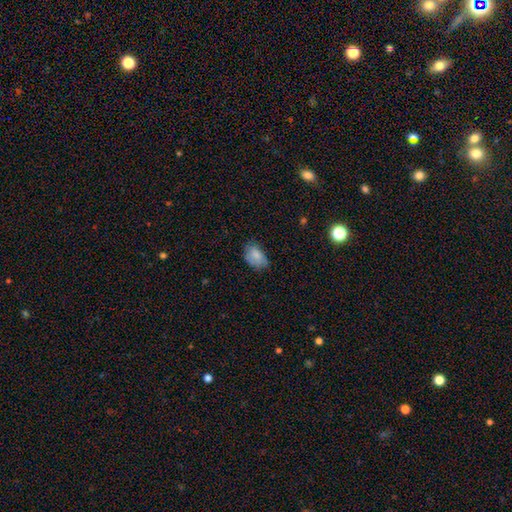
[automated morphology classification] Smooth or featured? Predicted: smooth (p=0.77). How rounded? Predicted: in between (p=0.86). Merging? Predicted: none (p=0.58).